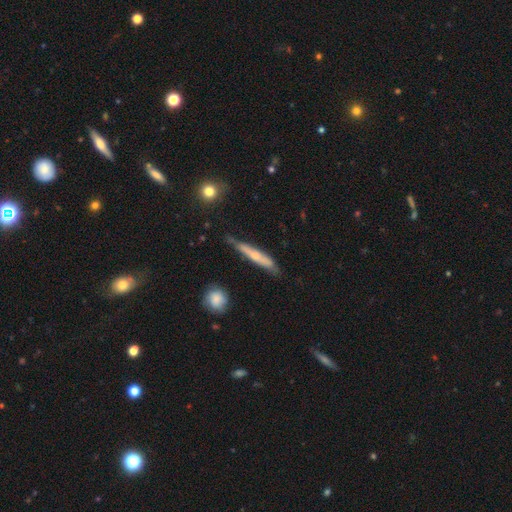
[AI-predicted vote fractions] Smooth or featured? smooth (49%)
Merging? none (72%)